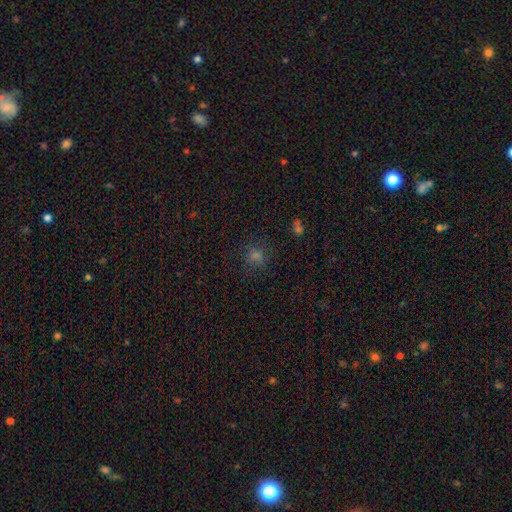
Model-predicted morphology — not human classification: smooth 61%, star or artifact 32%, featured or disk 7%. Down the decision tree: how rounded — round (81%); merging — none (78%).